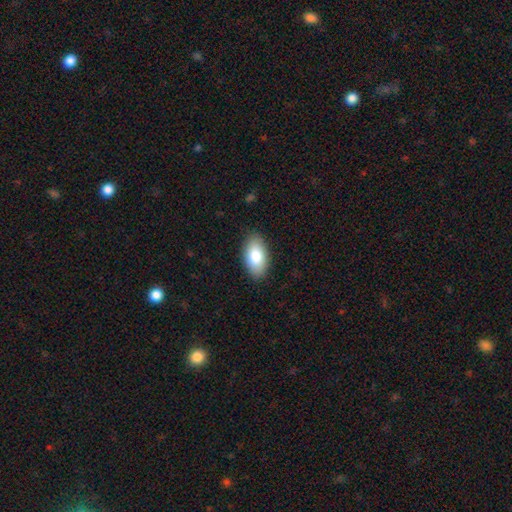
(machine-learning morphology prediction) Smooth or featured: smooth — 83% (featured or disk — 11%)
How rounded: in between — 94% (round — 3%)
Merging: none — 87% (minor disturbance — 10%)